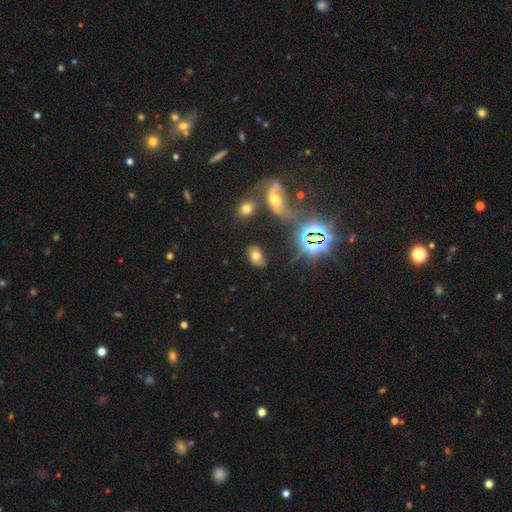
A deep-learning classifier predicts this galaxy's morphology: smooth 60%, star or artifact 23%, featured or disk 16%. Down the decision tree: how rounded — in between (87%); merging — none (73%).